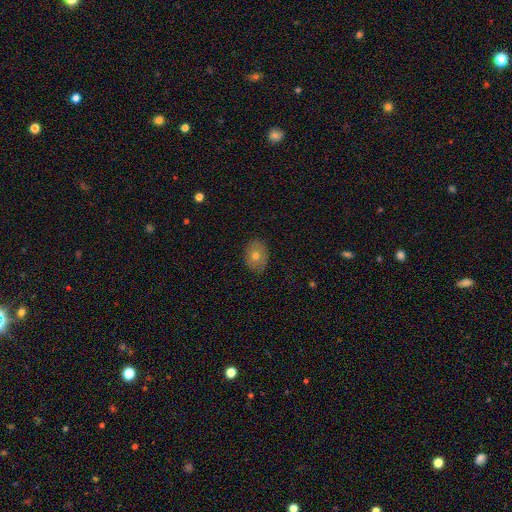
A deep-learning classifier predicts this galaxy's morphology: Smooth or featured?
  - smooth: 66% *
  - featured or disk: 23%
  - star or artifact: 11%
How rounded?
  - in between: 63% *
  - round: 36%
  - cigar-shaped: 1%
Merging?
  - none: 85% *
  - minor disturbance: 11%
  - major disturbance: 2%
  - merger: 1%